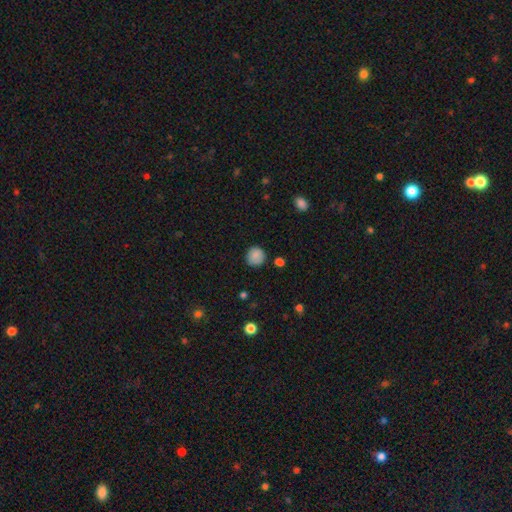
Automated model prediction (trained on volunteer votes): This appears to be a smooth galaxy with no disk features (85%) that is round (91%). Merging: none (83%).